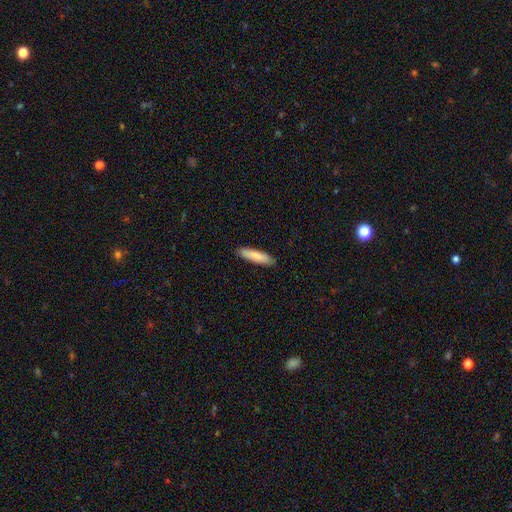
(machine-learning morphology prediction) Overall: smooth (85%). How rounded: cigar-shaped (79%). Merging: none (90%).